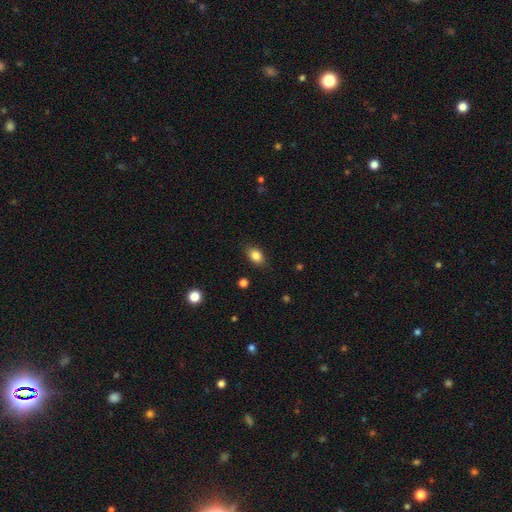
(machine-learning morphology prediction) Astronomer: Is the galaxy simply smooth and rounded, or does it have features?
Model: smooth — 84%.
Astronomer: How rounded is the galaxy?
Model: in between — 80%.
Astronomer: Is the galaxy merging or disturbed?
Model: none — 85%.